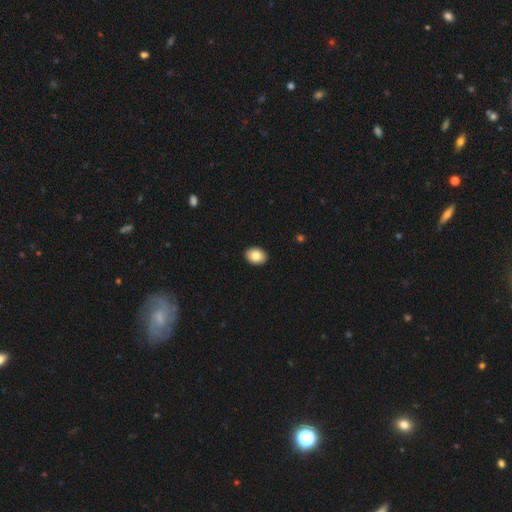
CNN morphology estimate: smooth 83%, featured or disk 9%, star or artifact 8%. Down the decision tree: how rounded — in between (70%); merging — none (92%).